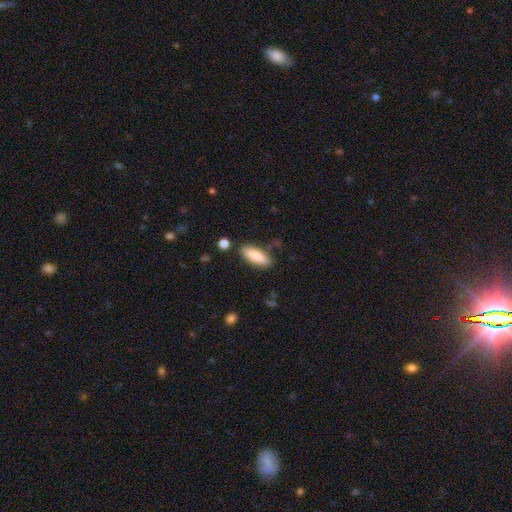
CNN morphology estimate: This appears to be a smooth galaxy with no disk features (80%) that is in between round and cigar-shaped (65%). Merging: none (78%).